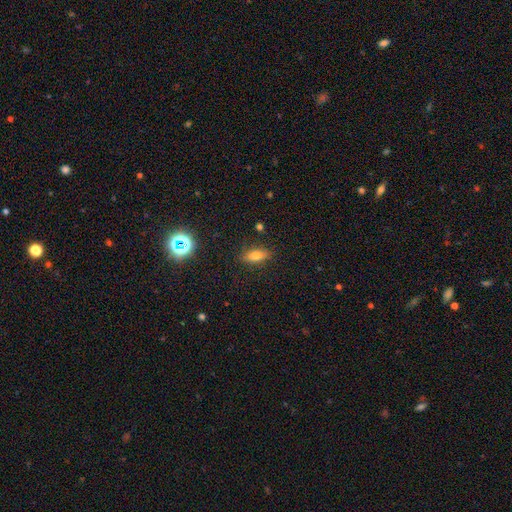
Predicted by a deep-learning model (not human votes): Smooth or featured? smooth (70%)
How rounded? in between (73%)
Merging? none (85%)